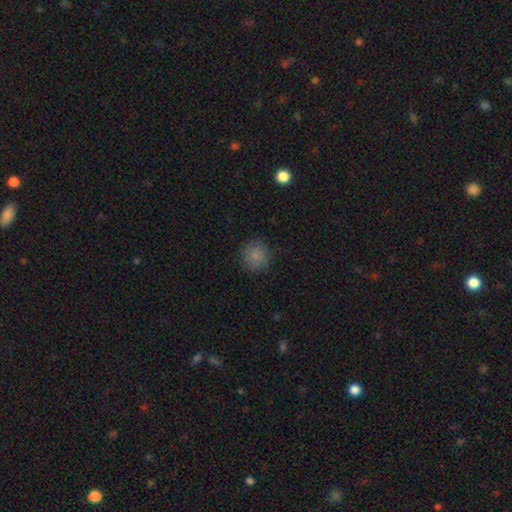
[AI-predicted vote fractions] Smooth or featured?
  - smooth: 85% *
  - star or artifact: 10%
  - featured or disk: 5%
How rounded?
  - round: 89% *
  - in between: 10%
  - cigar-shaped: 1%
Merging?
  - none: 85% *
  - minor disturbance: 11%
  - major disturbance: 3%
  - merger: 1%